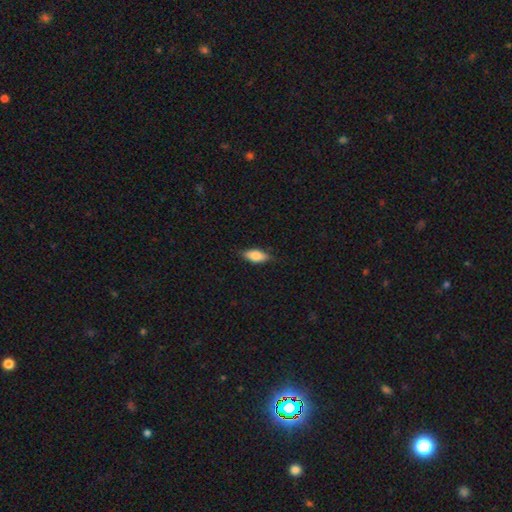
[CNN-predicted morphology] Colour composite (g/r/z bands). It shows a smooth galaxy with no disk features (80%) that is in between round and cigar-shaped (83%). Merging: none (79%).